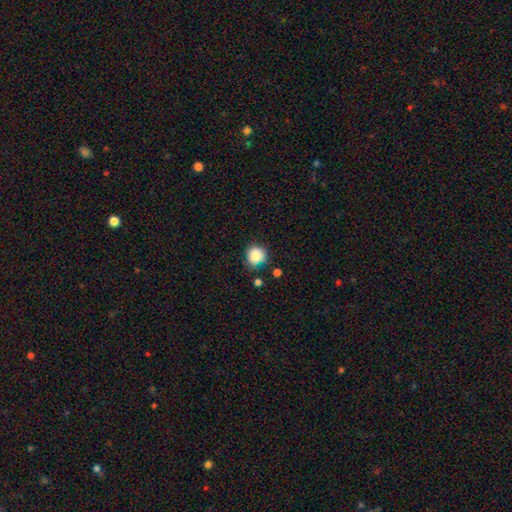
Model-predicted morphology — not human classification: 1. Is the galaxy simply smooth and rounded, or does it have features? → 85% smooth, 10% star or artifact, 5% featured or disk.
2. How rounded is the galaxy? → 87% round, 12% in between, 1% cigar-shaped.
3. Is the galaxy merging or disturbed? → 72% none, 18% minor disturbance, 5% merger, 4% major disturbance.